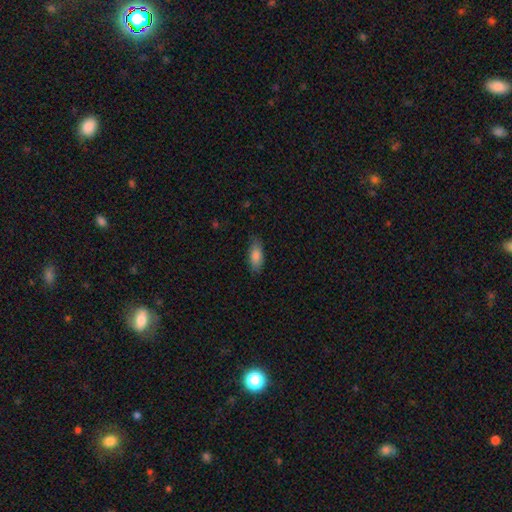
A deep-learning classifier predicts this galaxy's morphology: smooth 84%, featured or disk 9%, star or artifact 6%. Down the decision tree: how rounded — in between (79%); merging — none (79%).